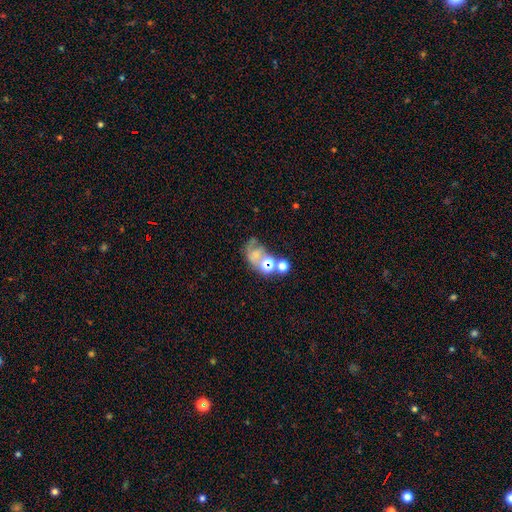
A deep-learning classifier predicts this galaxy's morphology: Q: Smooth or featured?
A: smooth (42%); runner-up: featured or disk (35%)
Q: Merging?
A: merger (31%); runner-up: none (30%)